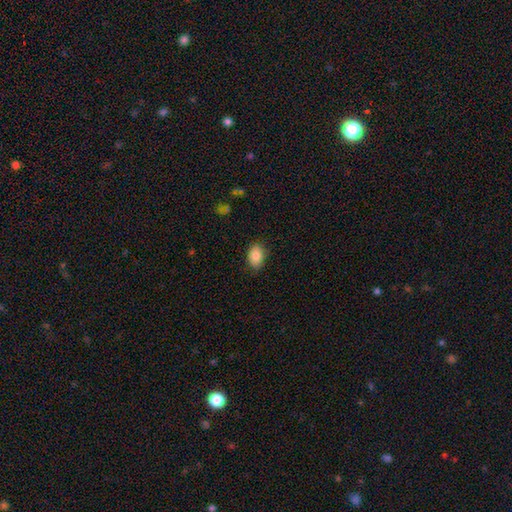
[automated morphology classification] Q: Smooth or featured?
A: smooth (85%); runner-up: featured or disk (8%)
Q: How rounded?
A: in between (85%); runner-up: round (14%)
Q: Merging?
A: none (85%); runner-up: minor disturbance (12%)